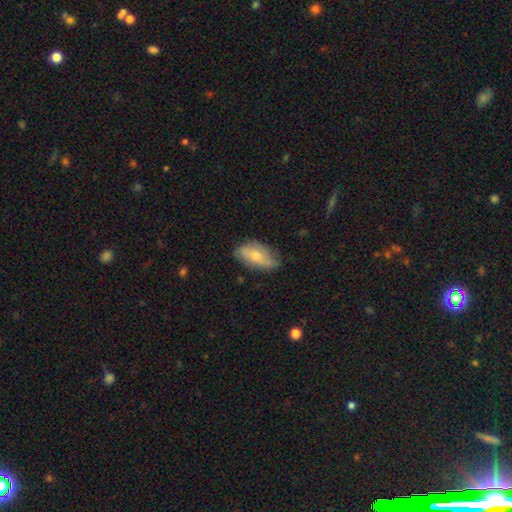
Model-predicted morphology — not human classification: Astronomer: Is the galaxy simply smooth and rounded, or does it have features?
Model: smooth — 59%.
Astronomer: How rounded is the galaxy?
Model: in between — 90%.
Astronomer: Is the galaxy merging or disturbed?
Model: none — 66%.